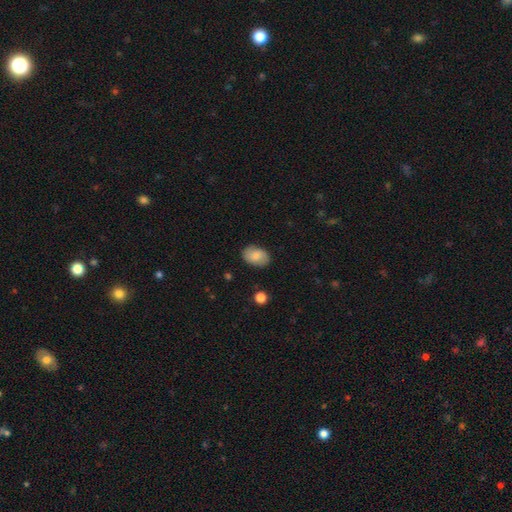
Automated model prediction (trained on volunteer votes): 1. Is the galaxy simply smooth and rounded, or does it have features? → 79% smooth, 14% featured or disk, 7% star or artifact.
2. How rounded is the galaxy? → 86% in between, 13% round, 1% cigar-shaped.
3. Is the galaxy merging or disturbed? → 84% none, 12% minor disturbance, 3% major disturbance, 1% merger.